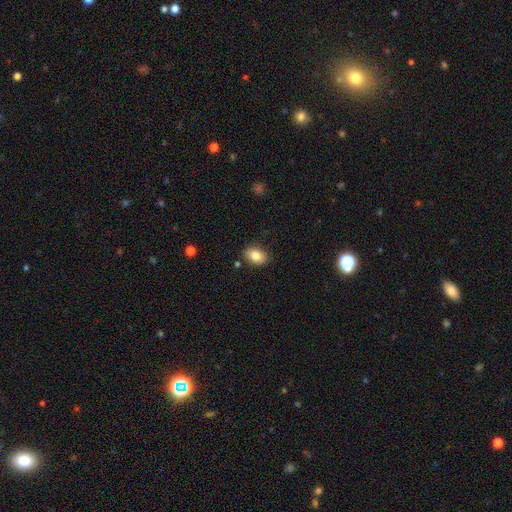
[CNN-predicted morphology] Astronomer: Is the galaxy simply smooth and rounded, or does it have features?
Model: smooth — 84%.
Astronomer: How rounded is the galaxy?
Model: in between — 78%.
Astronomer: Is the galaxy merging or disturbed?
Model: none — 85%.